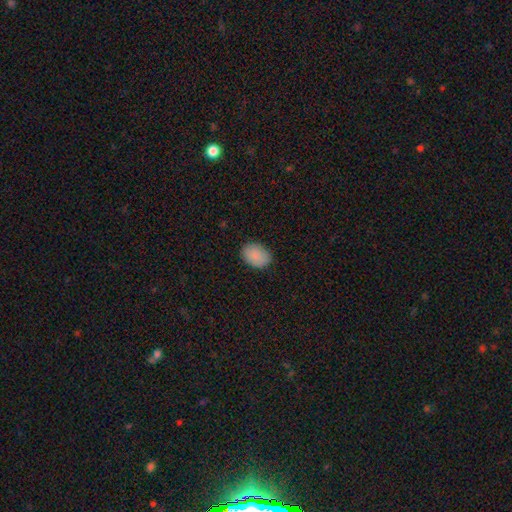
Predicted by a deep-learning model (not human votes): Smooth or featured? Predicted: smooth (p=0.89). How rounded? Predicted: in between (p=0.79). Merging? Predicted: none (p=0.86).